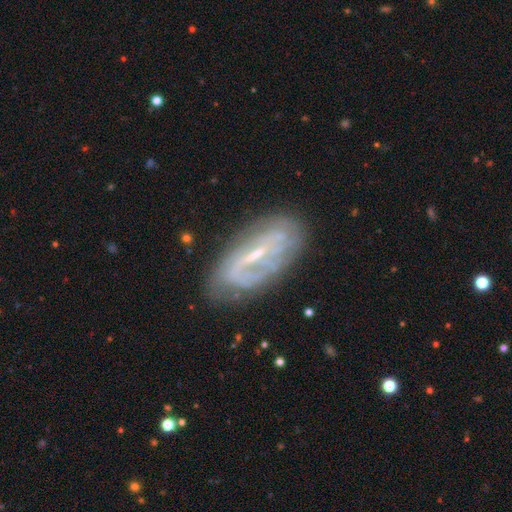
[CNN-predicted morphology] smooth-or-featured: featured or disk: 73% | smooth: 19% | star or artifact: 8%
  disk-edge-on: no: 88% | yes: 12%
    bar: strong: 43% | weak: 39% | no: 18%
    has-spiral-arms: yes: 71% | no: 29%
    bulge-size: small: 61% | moderate: 25% | none: 11% | large: 2% | dominant: 1%
  merging: none: 72% | minor disturbance: 18% | major disturbance: 7% | merger: 2%